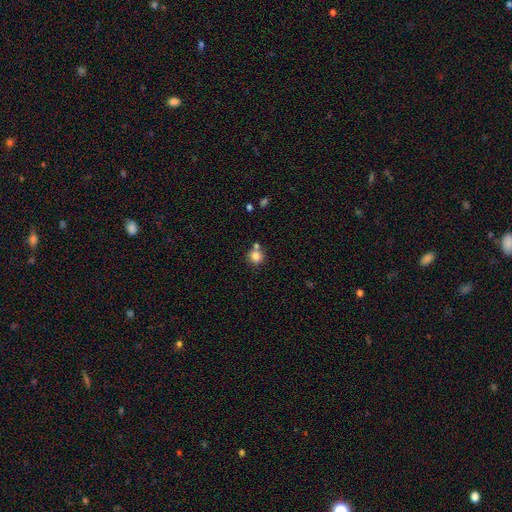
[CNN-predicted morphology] A smooth galaxy with no disk features (83%) that is round (91%).

Vote fractions:
- Smooth or featured? smooth: 83% / star or artifact: 10% / featured or disk: 7%
- How rounded? round: 91% / in between: 8% / cigar-shaped: 1%
- Merging? none: 65% / merger: 23% / minor disturbance: 10% / major disturbance: 3%